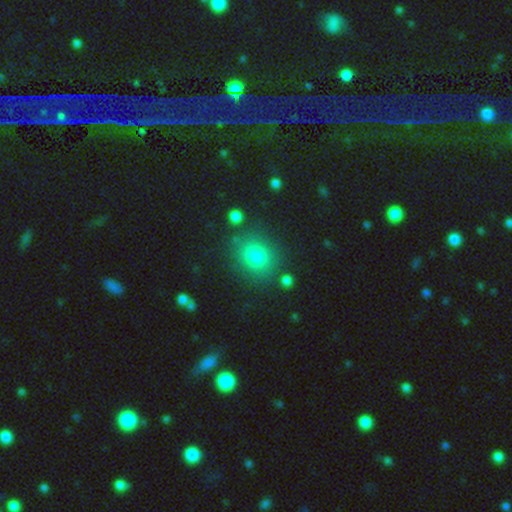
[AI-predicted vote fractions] Smooth or featured?
  - smooth: 80% *
  - star or artifact: 13%
  - featured or disk: 7%
How rounded?
  - round: 66% *
  - in between: 33%
  - cigar-shaped: 1%
Merging?
  - none: 80% *
  - minor disturbance: 11%
  - merger: 4%
  - major disturbance: 4%